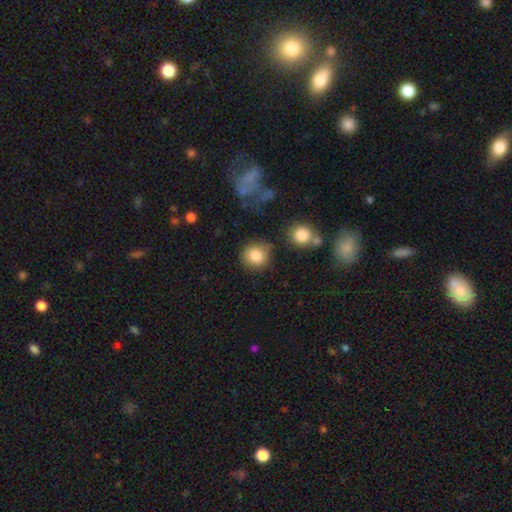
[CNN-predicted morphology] A smooth galaxy with no disk features (85%) that is round (87%).

Vote fractions:
- Smooth or featured? smooth: 85% / star or artifact: 9% / featured or disk: 7%
- How rounded? round: 87% / in between: 12% / cigar-shaped: 1%
- Merging? none: 75% / minor disturbance: 14% / merger: 6% / major disturbance: 5%